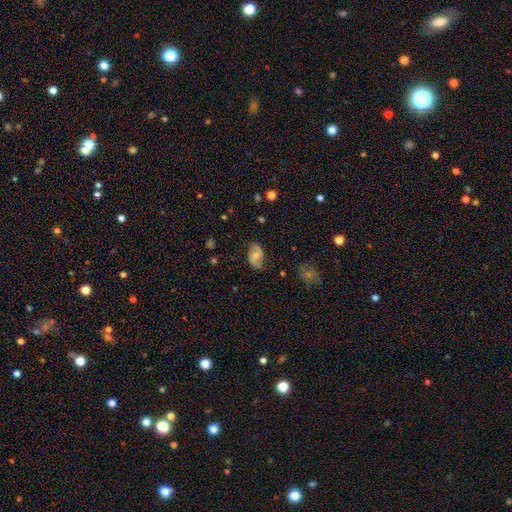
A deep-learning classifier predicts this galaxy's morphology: A featured or disk galaxy (55%) with no bar (57%), spiral arms (80%) and a moderate central bulge (60%).

Vote fractions:
- Smooth or featured? featured or disk: 55% / smooth: 37% / star or artifact: 8%
- Edge-on disk? no: 96% / yes: 4%
- Bar? no: 57% / weak: 34% / strong: 9%
- Spiral arms? yes: 80% / no: 20%
- Bulge size? moderate: 60% / small: 32% / large: 4% / none: 3% / dominant: 1%
- Merging? none: 74% / minor disturbance: 19% / major disturbance: 6% / merger: 1%